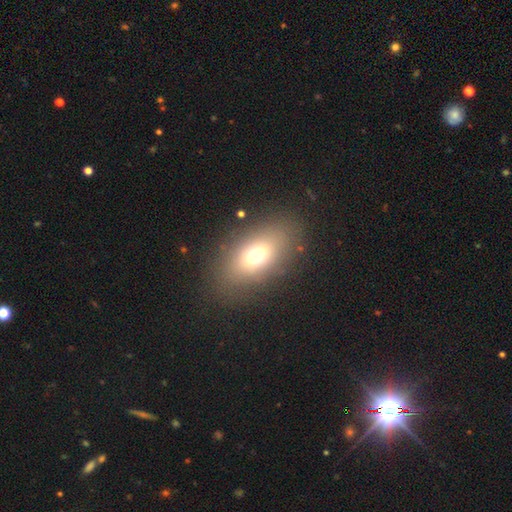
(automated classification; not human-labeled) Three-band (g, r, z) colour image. It shows a smooth galaxy with no disk features (68%) that is in between round and cigar-shaped (82%). Merging: none (82%).